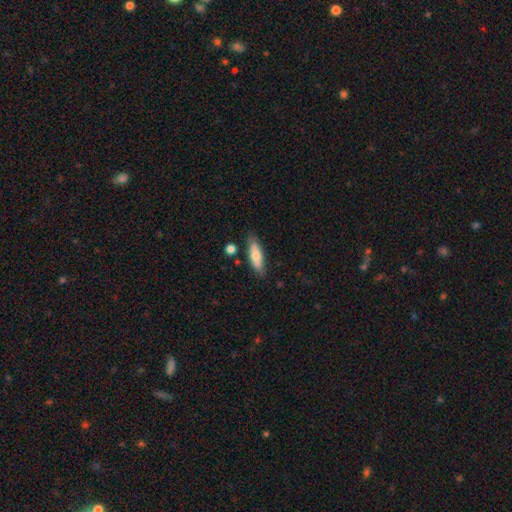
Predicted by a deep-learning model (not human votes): This is likely a smooth galaxy (68%). How rounded: possibly in between (56%). Merging: likely none (78%).